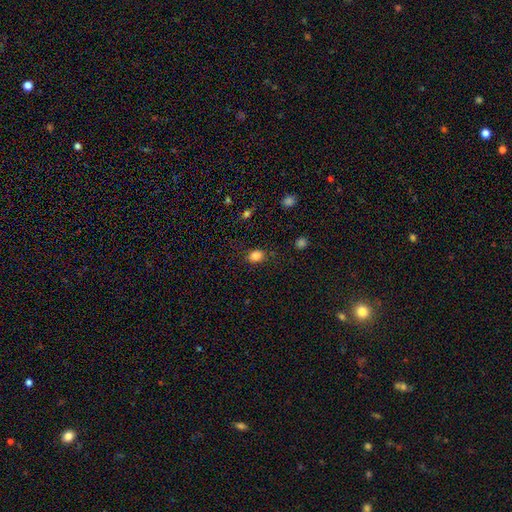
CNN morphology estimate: Smooth or featured? Predicted: smooth (p=0.83). How rounded? Predicted: in between (p=0.57). Merging? Predicted: none (p=0.80).